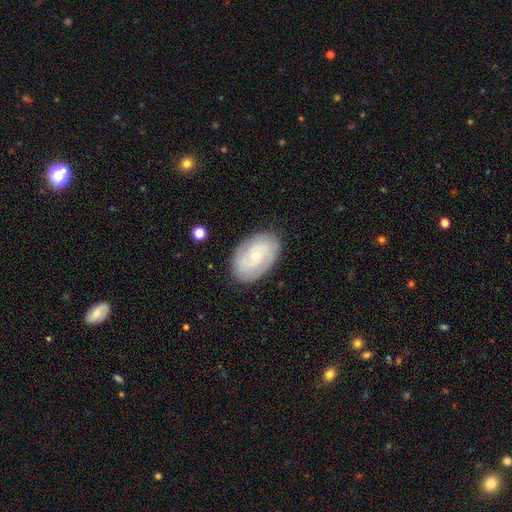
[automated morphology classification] Smooth or featured?
  - featured or disk: 72% *
  - smooth: 22%
  - star or artifact: 7%
Edge-on disk?
  - no: 96% *
  - yes: 4%
Bar?
  - no: 71% *
  - weak: 24%
  - strong: 5%
Spiral arms?
  - yes: 89% *
  - no: 11%
Spiral winding?
  - tight: 62% *
  - medium: 29%
  - loose: 9%
Spiral arm count?
  - 2: 41% *
  - can't tell: 31%
  - 3: 14%
  - 4: 5%
  - 1: 4%
  - more than 4: 4%
Bulge size?
  - small: 73% *
  - moderate: 24%
  - none: 1%
  - large: 1%
  - dominant: 1%
Merging?
  - none: 84% *
  - minor disturbance: 12%
  - major disturbance: 3%
  - merger: 1%